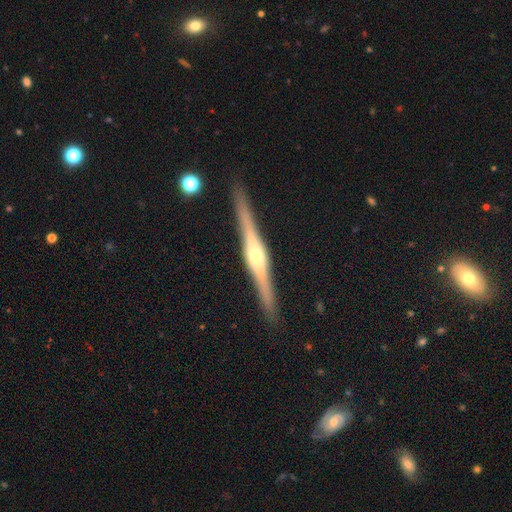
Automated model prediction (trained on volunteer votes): smooth-or-featured: featured or disk: 81% | smooth: 14% | star or artifact: 5%
  disk-edge-on: yes: 98% | no: 2%
    edge-on-bulge: rounded: 84% | boxy: 12% | none: 4%
  merging: none: 90% | minor disturbance: 7% | major disturbance: 1% | merger: 1%